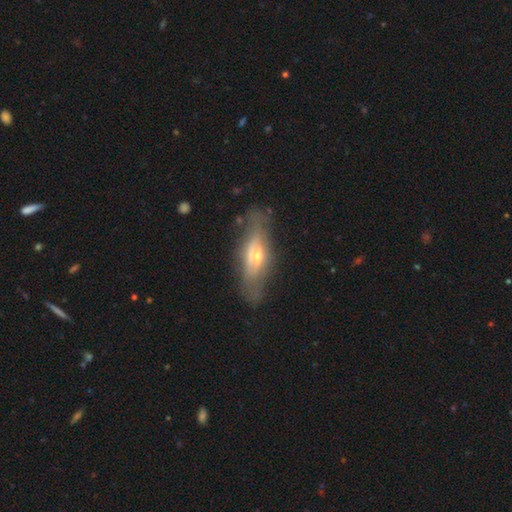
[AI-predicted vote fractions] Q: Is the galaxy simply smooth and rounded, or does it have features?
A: featured or disk — 63%.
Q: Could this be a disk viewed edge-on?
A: yes — 66%.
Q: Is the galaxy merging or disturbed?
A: none — 68%.